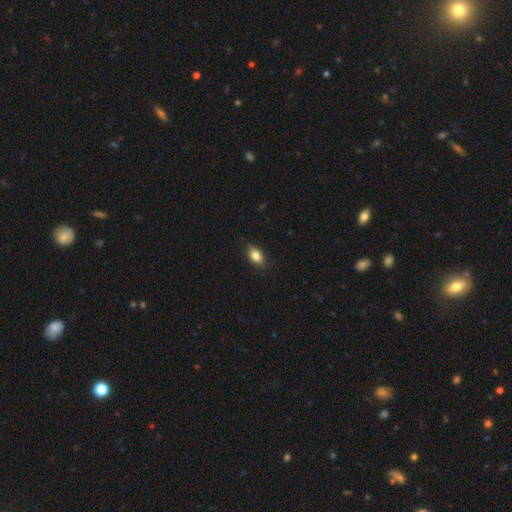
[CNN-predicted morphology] Q: Smooth or featured?
A: smooth (84%); runner-up: star or artifact (8%)
Q: How rounded?
A: in between (87%); runner-up: round (11%)
Q: Merging?
A: none (86%); runner-up: minor disturbance (11%)